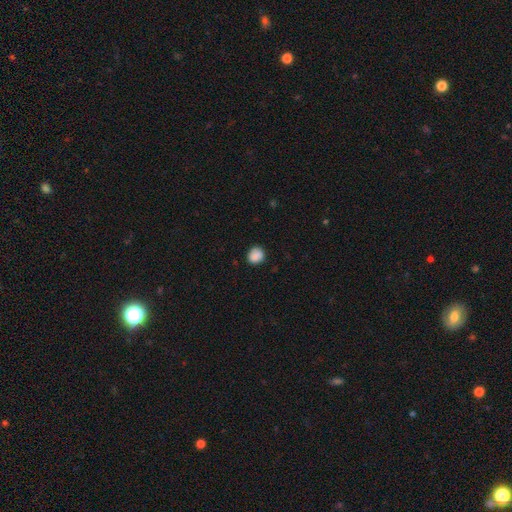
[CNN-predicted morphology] Smooth or featured: smooth — 87% (star or artifact — 9%)
How rounded: round — 78% (in between — 21%)
Merging: none — 83% (minor disturbance — 13%)